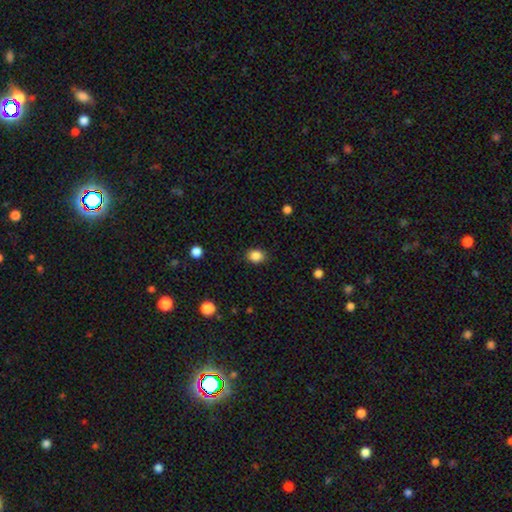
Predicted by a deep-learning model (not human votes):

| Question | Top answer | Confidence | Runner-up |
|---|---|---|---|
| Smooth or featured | smooth | 86% | star or artifact (10%) |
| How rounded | round | 53% | in between (46%) |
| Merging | none | 86% | minor disturbance (10%) |